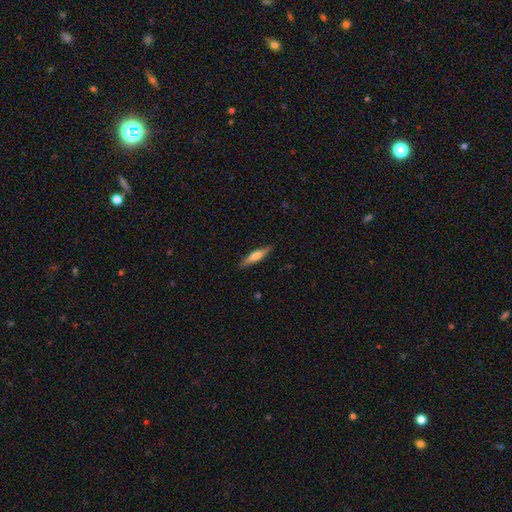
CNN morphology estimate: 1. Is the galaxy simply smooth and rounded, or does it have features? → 59% smooth, 35% featured or disk, 6% star or artifact.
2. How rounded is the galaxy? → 80% cigar-shaped, 18% in between, 2% round.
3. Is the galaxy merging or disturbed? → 87% none, 10% minor disturbance, 2% major disturbance, 1% merger.